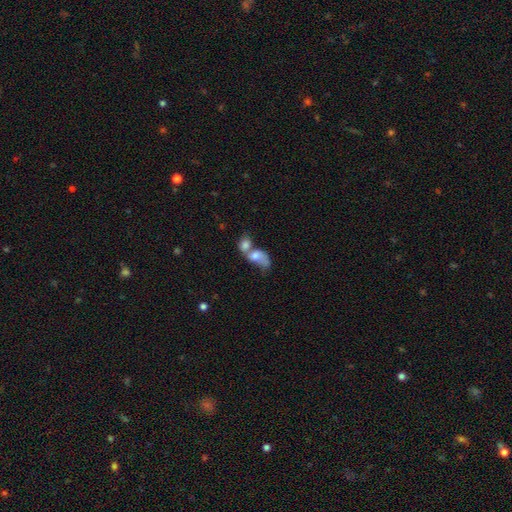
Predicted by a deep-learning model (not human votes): Smooth or featured? Predicted: smooth (p=0.69). How rounded? Predicted: in between (p=0.76). Merging? Predicted: merger (p=0.77).